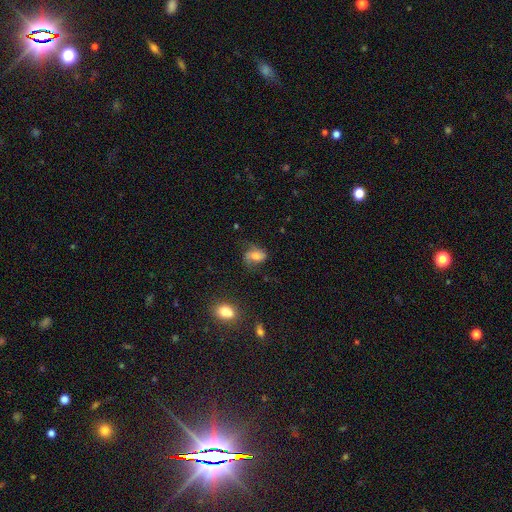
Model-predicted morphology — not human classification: A smooth galaxy with no disk features (45%).

Vote fractions:
- Smooth or featured? smooth: 45% / featured or disk: 44% / star or artifact: 11%
- Merging? none: 54% / minor disturbance: 26% / major disturbance: 17% / merger: 3%